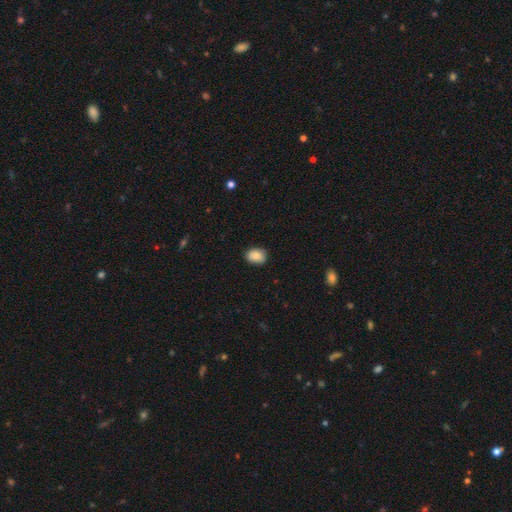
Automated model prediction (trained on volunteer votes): This is clearly a smooth galaxy (88%). How rounded: likely in between (67%). Merging: clearly none (87%).